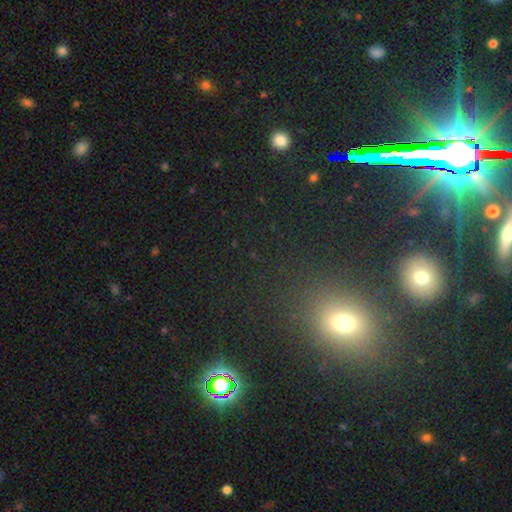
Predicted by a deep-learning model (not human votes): Smooth or featured: star or artifact — 54% (smooth — 35%)